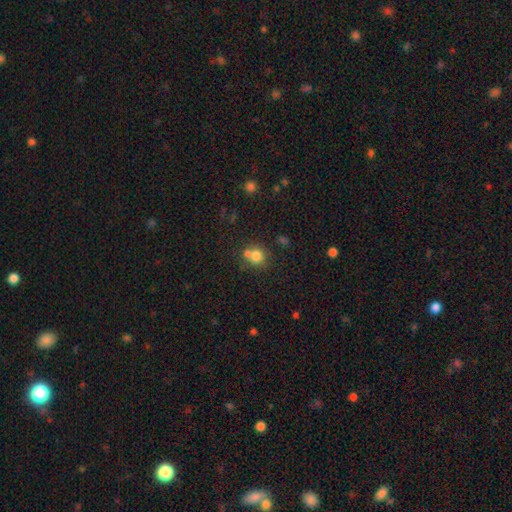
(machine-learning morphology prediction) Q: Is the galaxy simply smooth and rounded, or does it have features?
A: smooth — 76%.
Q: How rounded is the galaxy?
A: round — 81%.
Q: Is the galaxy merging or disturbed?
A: none — 48%.